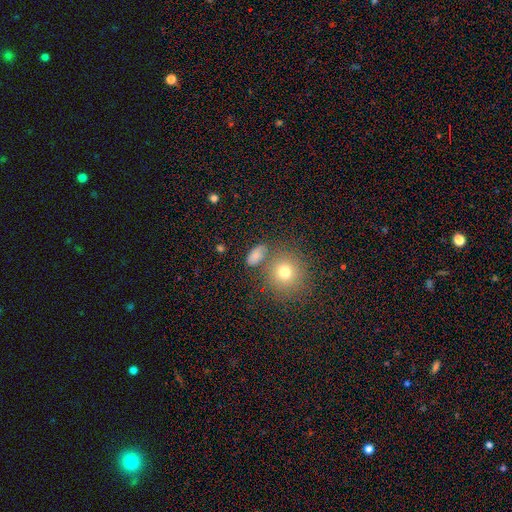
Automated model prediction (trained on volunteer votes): Smooth or featured? smooth (74%)
How rounded? in between (72%)
Merging? none (67%)